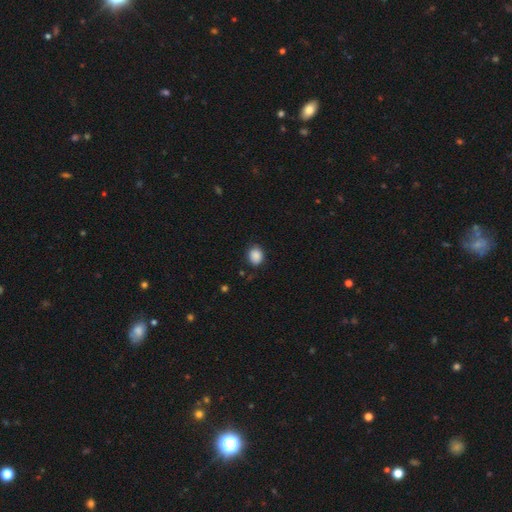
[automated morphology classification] The model was most divided on "how rounded": round: 54%, in between: 45%, cigar-shaped: 1%. More confident: smooth or featured — smooth (88%); merging — none (84%).